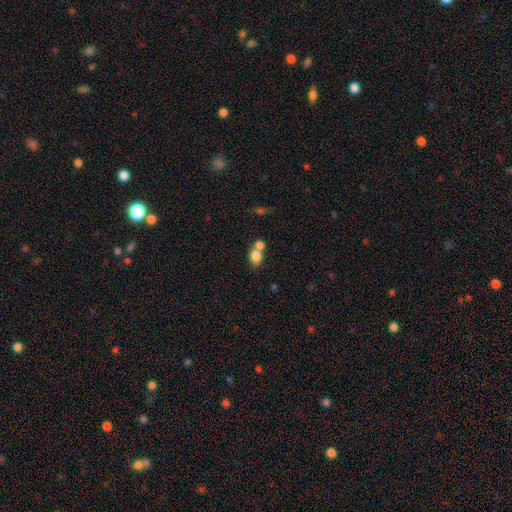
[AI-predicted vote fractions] smooth_or_featured: smooth (p=0.81) [alt: featured or disk p=0.10]
how_rounded: in between (p=0.63) [alt: round p=0.35]
merging: merger (p=0.53) [alt: none p=0.35]